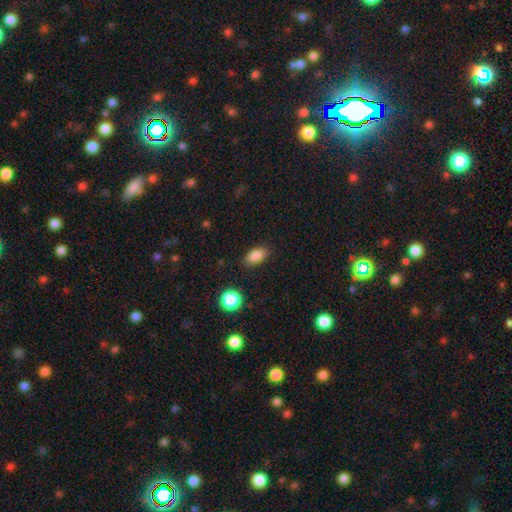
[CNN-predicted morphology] Smooth or featured? smooth (85%)
How rounded? in between (88%)
Merging? none (85%)